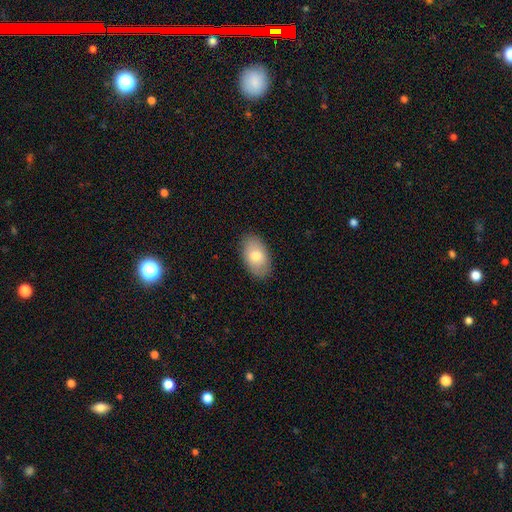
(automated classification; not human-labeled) smooth 76%, featured or disk 17%, star or artifact 7%. Down the decision tree: how rounded — in between (92%); merging — none (86%).